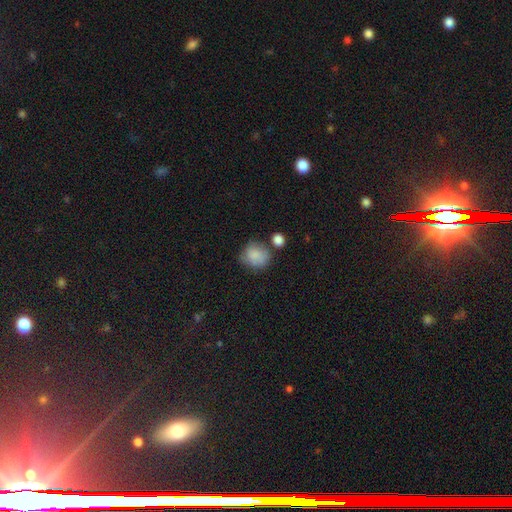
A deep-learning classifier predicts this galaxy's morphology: A smooth galaxy with no disk features (84%) that is round (73%). Merging: none (57%).